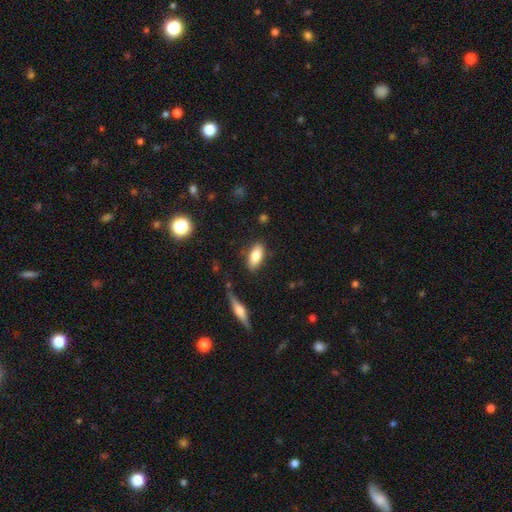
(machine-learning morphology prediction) A smooth galaxy with no disk features (80%) that is in between round and cigar-shaped (85%).

Vote fractions:
- Smooth or featured? smooth: 80% / featured or disk: 13% / star or artifact: 7%
- How rounded? in between: 85% / cigar-shaped: 12% / round: 3%
- Merging? none: 84% / minor disturbance: 11% / major disturbance: 3% / merger: 2%